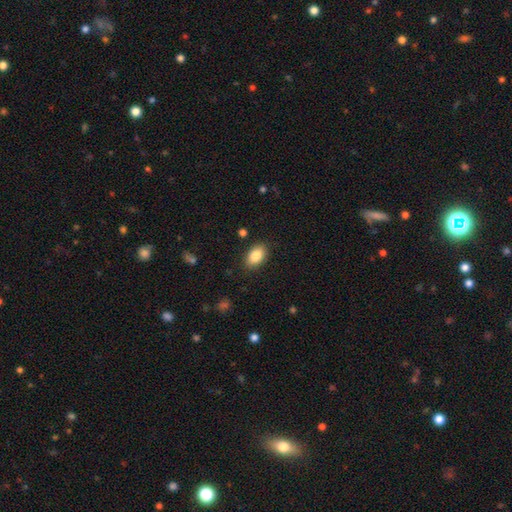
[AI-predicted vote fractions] Smooth or featured? smooth (86%)
How rounded? in between (90%)
Merging? none (86%)